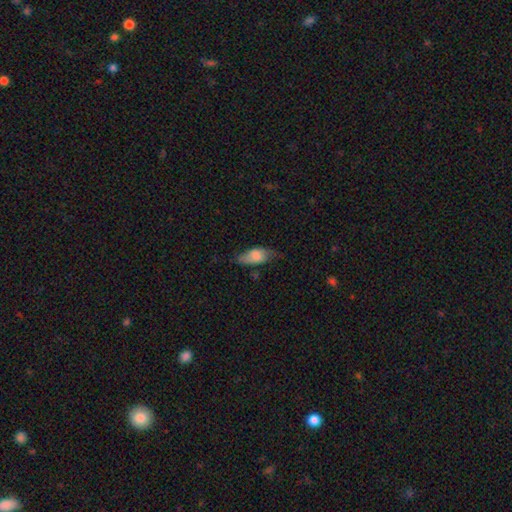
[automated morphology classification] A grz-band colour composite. It shows a smooth galaxy with no disk features (69%) that is in between round and cigar-shaped (81%). Merging: none (56%).